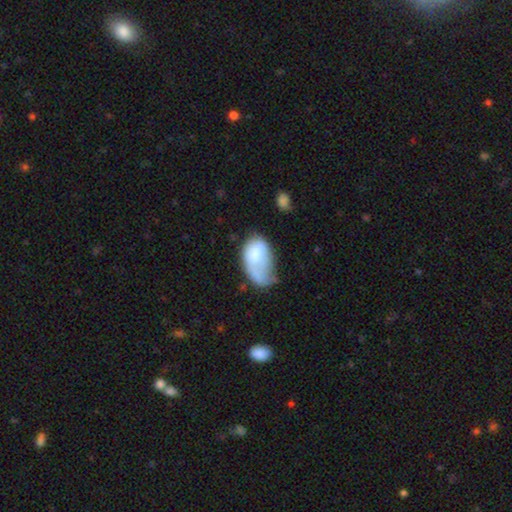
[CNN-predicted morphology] smooth_or_featured: smooth (p=0.68) [alt: featured or disk p=0.26]
how_rounded: in between (p=0.91) [alt: round p=0.07]
merging: major disturbance (p=0.40) [alt: minor disturbance p=0.31]